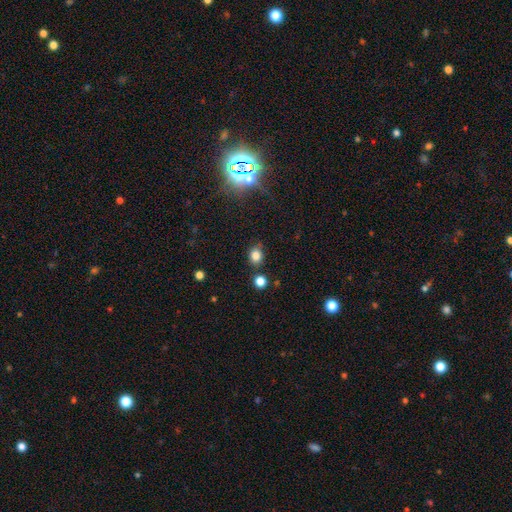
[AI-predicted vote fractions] This appears to be a smooth galaxy with no disk features (80%) that is round (60%). Merging: none (77%).